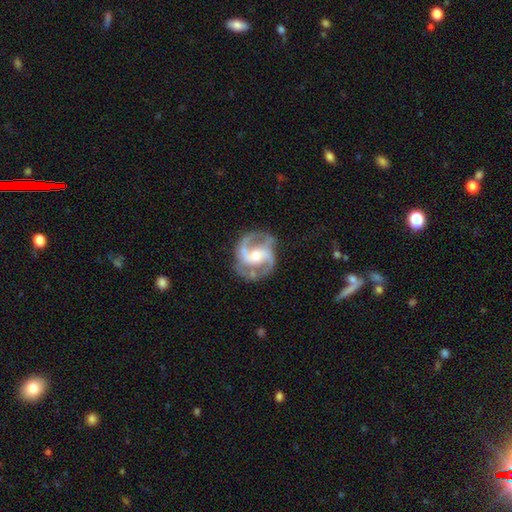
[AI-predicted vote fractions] smooth_or_featured: featured or disk (p=0.91) [alt: star or artifact p=0.05]
disk_edge_on: no (p=0.98) [alt: yes p=0.02]
bar: weak (p=0.40) [alt: no p=0.36]
has_spiral_arms: yes (p=0.98) [alt: no p=0.02]
spiral_winding: medium (p=0.61) [alt: tight p=0.24]
spiral_arm_count: 2 (p=0.79) [alt: 3 p=0.13]
bulge_size: moderate (p=0.60) [alt: small p=0.34]
merging: none (p=0.76) [alt: minor disturbance p=0.16]